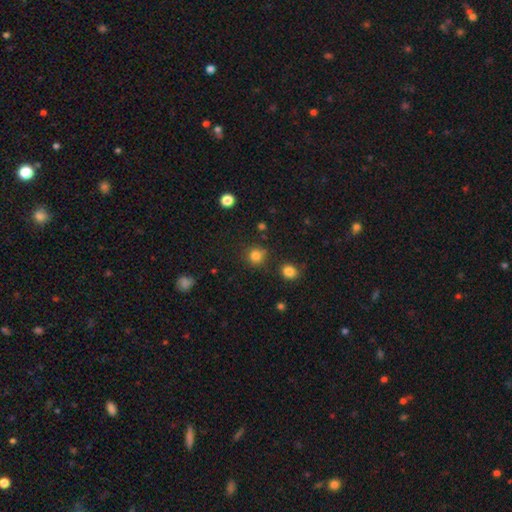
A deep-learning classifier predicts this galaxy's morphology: Smooth or featured? smooth (82%)
How rounded? round (91%)
Merging? none (82%)